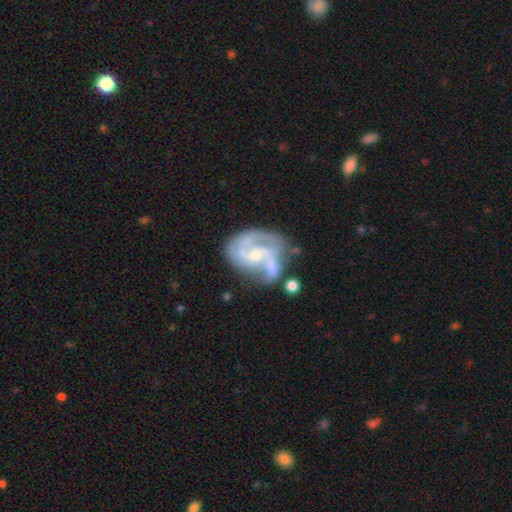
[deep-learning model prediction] Morphology: type=featured or disk (86%); edge-on=no (98%); bar=weak (43%, tied with no); spiral arms=yes (95%); winding=medium (51%); arm count=2 (56%); bulge=small (55%); merging=none (46%).